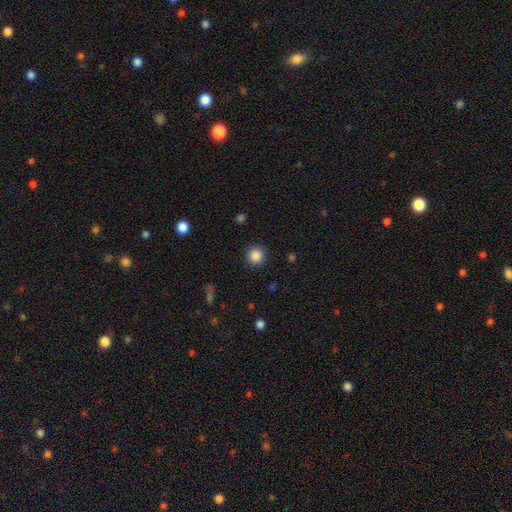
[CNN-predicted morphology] smooth 87%, star or artifact 10%, featured or disk 3%. Down the decision tree: how rounded — round (93%); merging — none (91%).